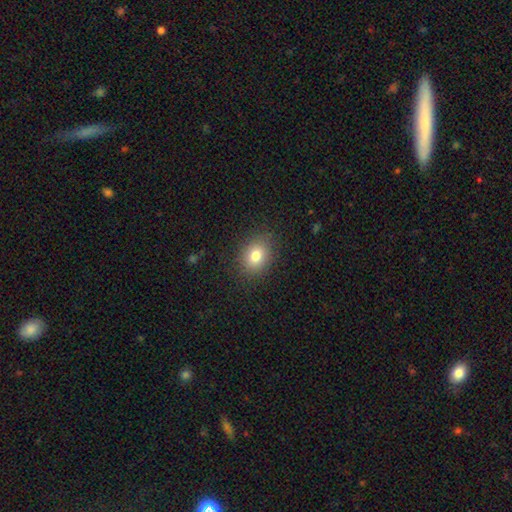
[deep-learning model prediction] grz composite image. It shows a smooth galaxy with no disk features (79%) that is in between round and cigar-shaped (54%). Merging: none (85%).